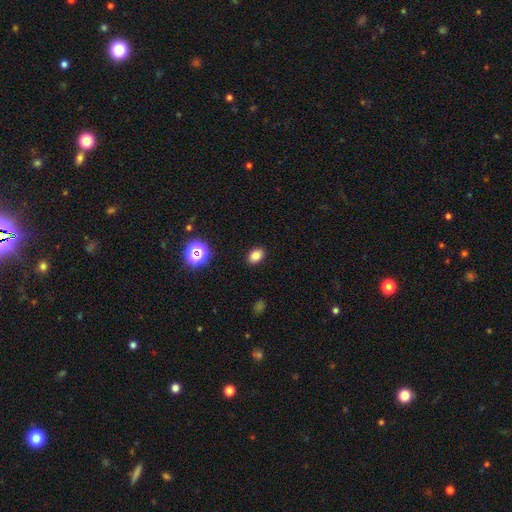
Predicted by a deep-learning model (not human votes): A smooth galaxy with no disk features (82%) that is in between round and cigar-shaped (72%).

Vote fractions:
- Smooth or featured? smooth: 82% / star or artifact: 13% / featured or disk: 5%
- How rounded? in between: 72% / round: 27% / cigar-shaped: 1%
- Merging? none: 89% / minor disturbance: 7% / major disturbance: 2% / merger: 1%